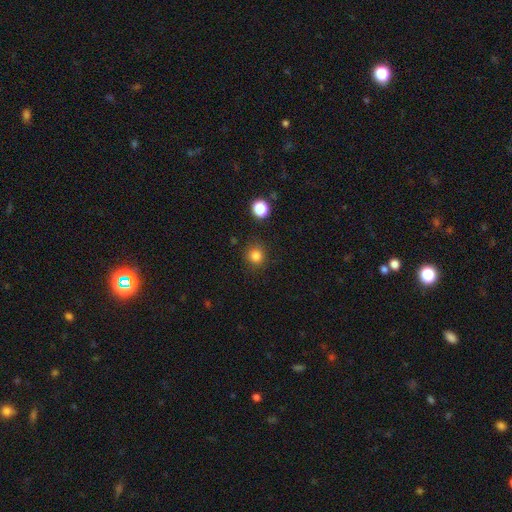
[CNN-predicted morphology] Overall: smooth (83%). How rounded: round (92%). Merging: none (88%).